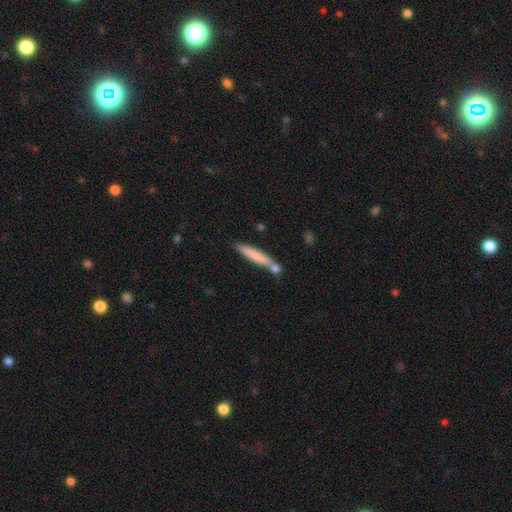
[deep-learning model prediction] This appears to be a smooth galaxy with no disk features (74%) that is cigar-shaped (93%). Merging: none (68%).